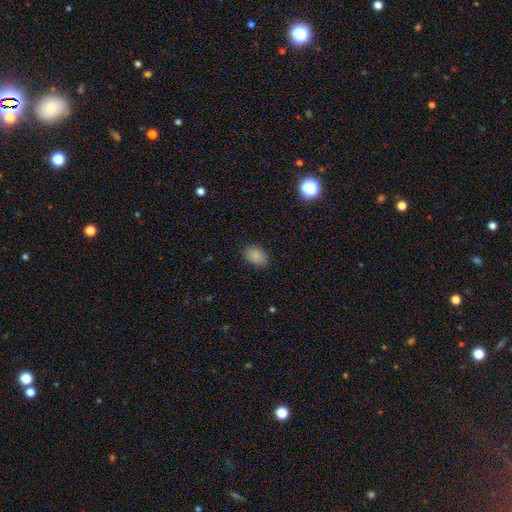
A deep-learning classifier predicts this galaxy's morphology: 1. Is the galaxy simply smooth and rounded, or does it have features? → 86% smooth, 9% star or artifact, 5% featured or disk.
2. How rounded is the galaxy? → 84% in between, 15% round, 1% cigar-shaped.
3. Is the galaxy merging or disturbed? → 84% none, 12% minor disturbance, 3% major disturbance, 1% merger.